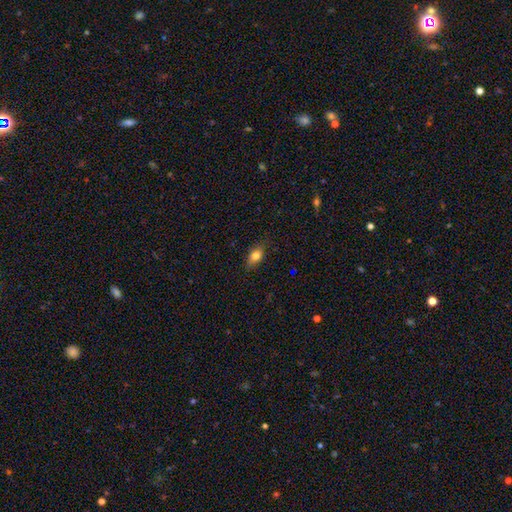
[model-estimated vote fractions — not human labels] Q: Smooth or featured?
A: smooth (76%); runner-up: featured or disk (15%)
Q: How rounded?
A: in between (79%); runner-up: round (14%)
Q: Merging?
A: none (78%); runner-up: minor disturbance (18%)